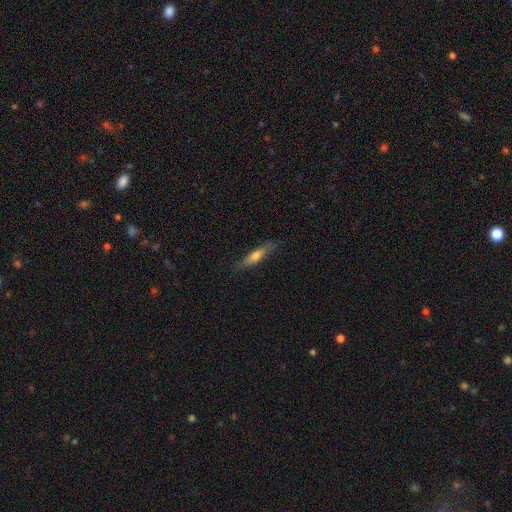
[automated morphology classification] Smooth or featured?
  - smooth: 51% *
  - featured or disk: 42%
  - star or artifact: 7%
How rounded?
  - cigar-shaped: 81% *
  - in between: 17%
  - round: 2%
Merging?
  - none: 80% *
  - minor disturbance: 15%
  - major disturbance: 3%
  - merger: 1%